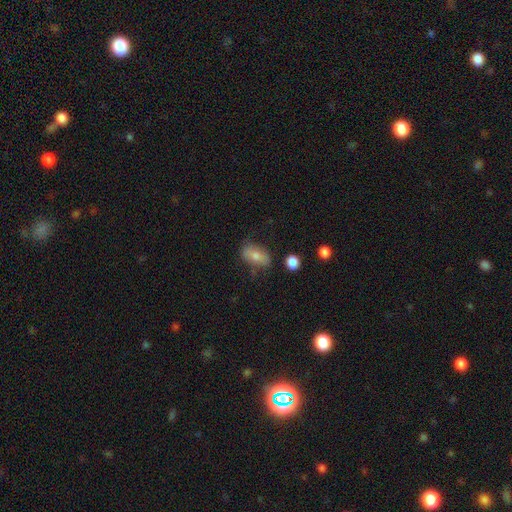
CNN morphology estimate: Overall: smooth (66%). How rounded: in between (86%). Merging: none (68%).